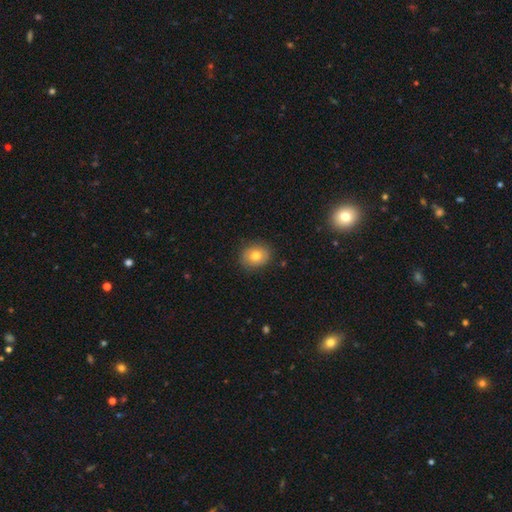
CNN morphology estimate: This is likely a smooth galaxy (77%). How rounded: likely round (65%). Merging: clearly none (86%).